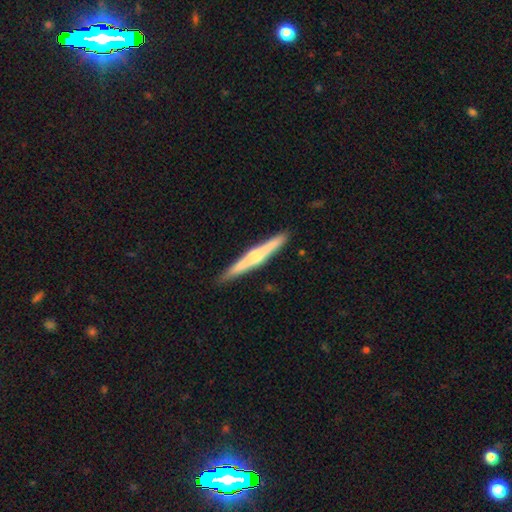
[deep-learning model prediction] Smooth or featured? Predicted: featured or disk (p=0.62). Edge-on disk? Predicted: yes (p=0.97). Edge-on bulge? Predicted: rounded (p=0.69). Merging? Predicted: none (p=0.90).